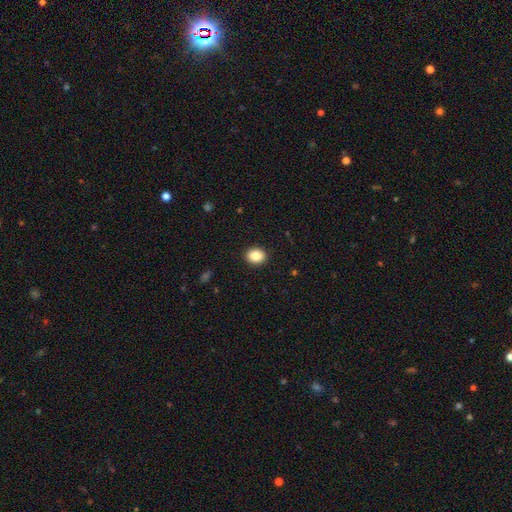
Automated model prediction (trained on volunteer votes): Morphology: type=smooth (87%); roundness=round (57%); merging=none (92%).